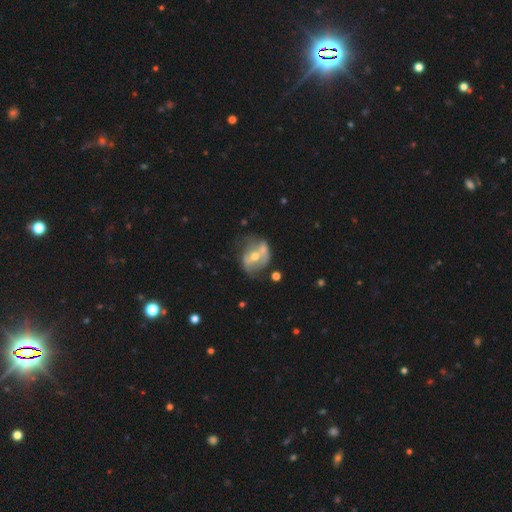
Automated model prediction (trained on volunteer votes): Smooth or featured: featured or disk — 63% (smooth — 30%)
Edge-on disk: no — 94% (yes — 6%)
Bar: no — 35% (weak — 34%)
Spiral arms: no — 56% (yes — 44%)
Bulge size: moderate — 66% (small — 28%)
Merging: none — 44% (minor disturbance — 25%)